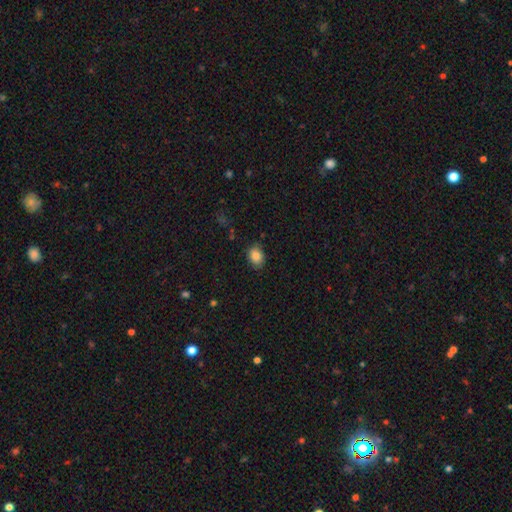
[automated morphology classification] smooth 86%, star or artifact 9%, featured or disk 5%. Down the decision tree: how rounded — in between (64%); merging — none (80%).